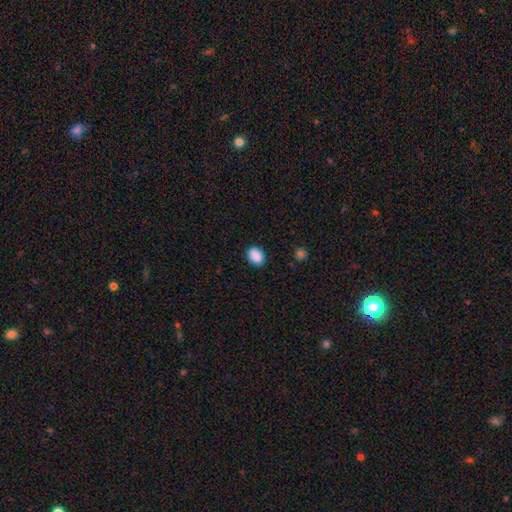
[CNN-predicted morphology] This is clearly a smooth galaxy (89%). How rounded: likely in between (67%). Merging: clearly none (87%).